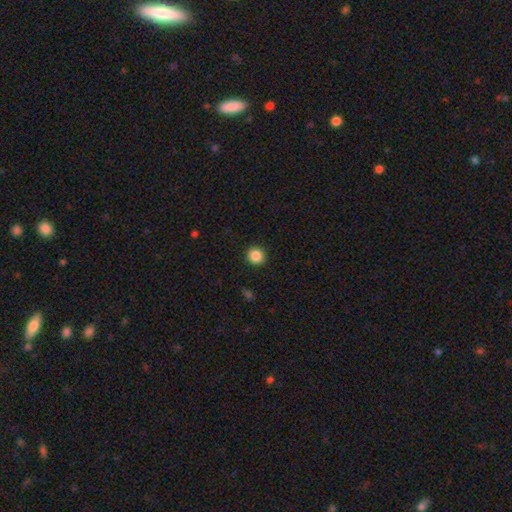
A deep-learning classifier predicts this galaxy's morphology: This appears to be a smooth galaxy with no disk features (87%) that is round (93%). Merging: none (92%).